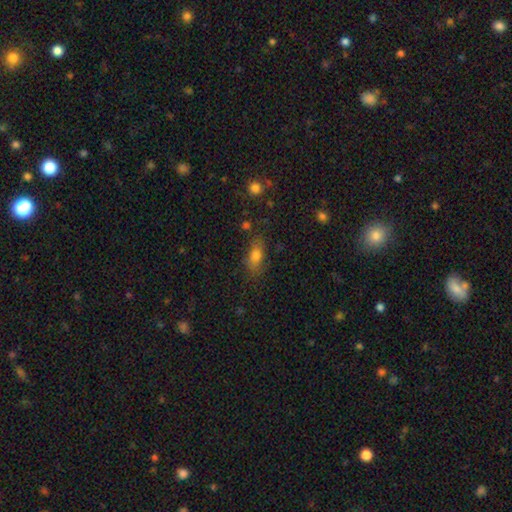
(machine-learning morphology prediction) Smooth or featured? Predicted: smooth (p=0.74). How rounded? Predicted: in between (p=0.75). Merging? Predicted: none (p=0.70).